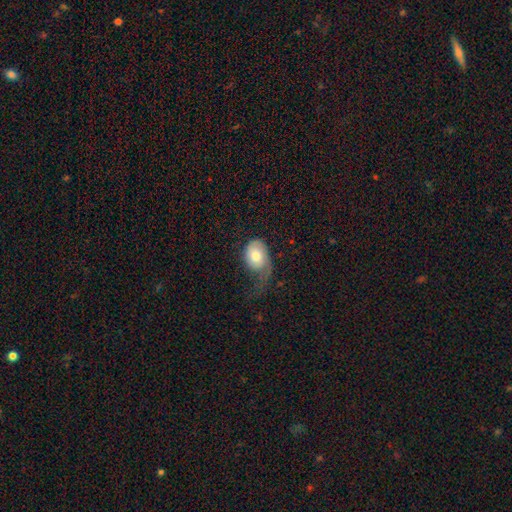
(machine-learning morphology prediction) smooth-or-featured: smooth: 66% | featured or disk: 28% | star or artifact: 6%
  how-rounded: in between: 74% | round: 24% | cigar-shaped: 1%
  merging: major disturbance: 49% | minor disturbance: 27% | none: 21% | merger: 2%